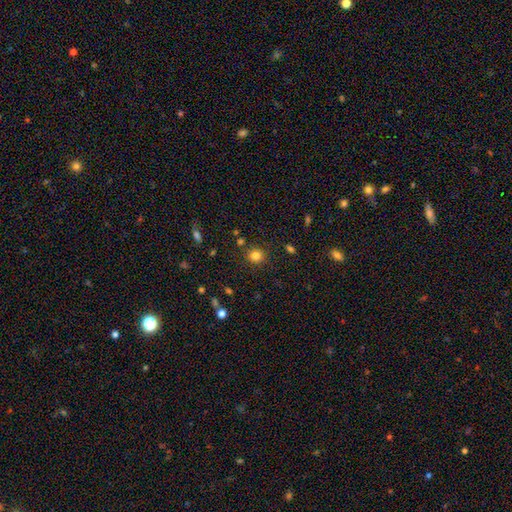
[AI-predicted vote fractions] Q: Smooth or featured?
A: smooth (82%); runner-up: star or artifact (13%)
Q: How rounded?
A: round (87%); runner-up: in between (12%)
Q: Merging?
A: none (85%); runner-up: minor disturbance (8%)